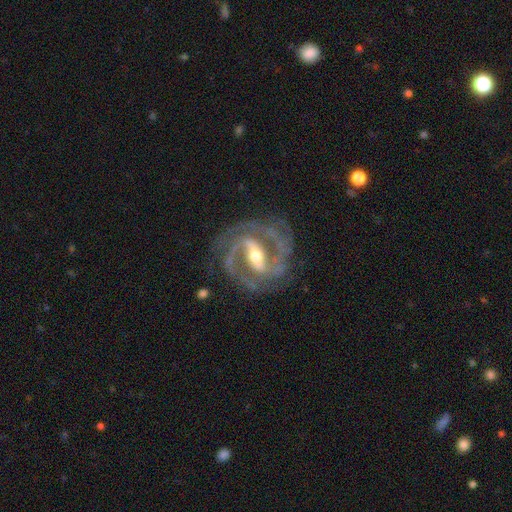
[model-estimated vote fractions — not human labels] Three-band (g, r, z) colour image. It shows a featured or disk galaxy (92%) with a strong bar (67%), 2 (80%) medium (52%) spiral arms (98%) and a moderate central bulge (56%). Merging: none (77%).